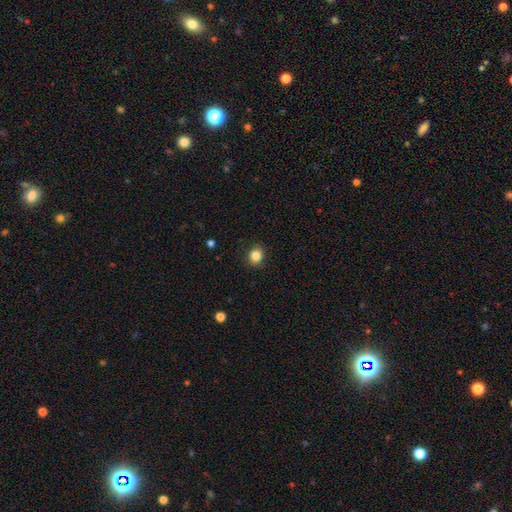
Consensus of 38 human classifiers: Volunteers were most divided on "how rounded": round: 64%, in between: 36%, cigar-shaped: 0%. More confident: merging — none (97%); smooth or featured — smooth (95%).